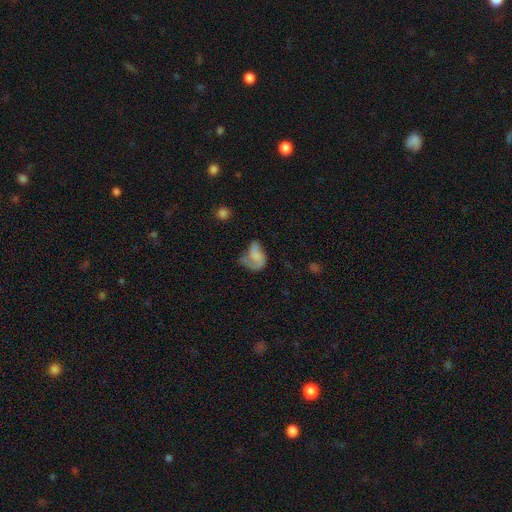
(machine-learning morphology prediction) smooth_or_featured: featured or disk (p=0.47) [alt: smooth p=0.43]
merging: major disturbance (p=0.43) [alt: none p=0.26]